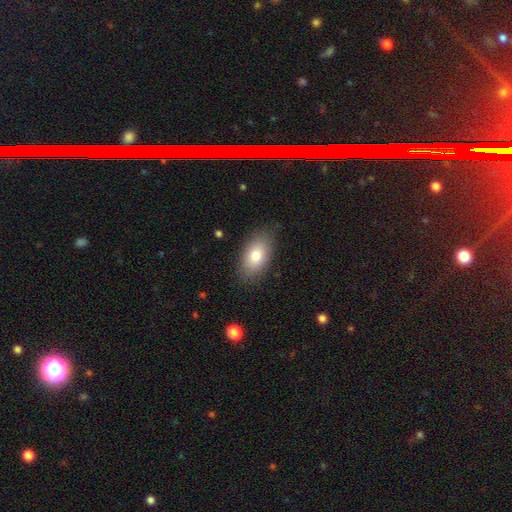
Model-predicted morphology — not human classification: Overall: smooth (79%). How rounded: in between (91%). Merging: none (84%).